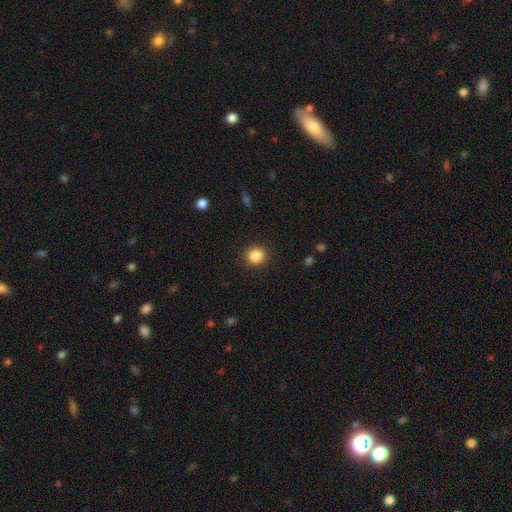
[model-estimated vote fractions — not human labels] Morphology: type=smooth (86%); roundness=round (91%); merging=none (91%).